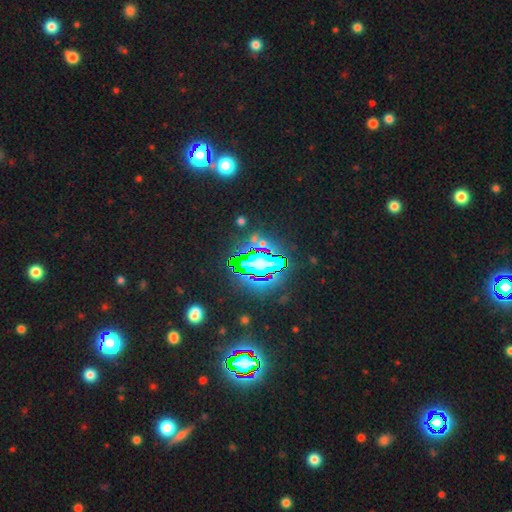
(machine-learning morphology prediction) This appears to be a star or artifact, not a galaxy (81%).